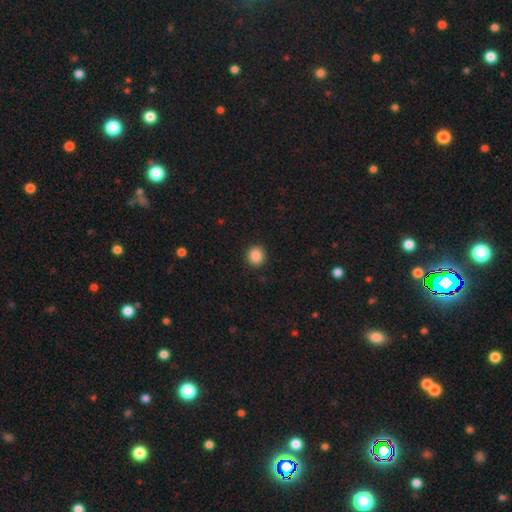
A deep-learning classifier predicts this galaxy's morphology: A smooth galaxy with no disk features (88%) that is round (89%). Merging: none (91%).